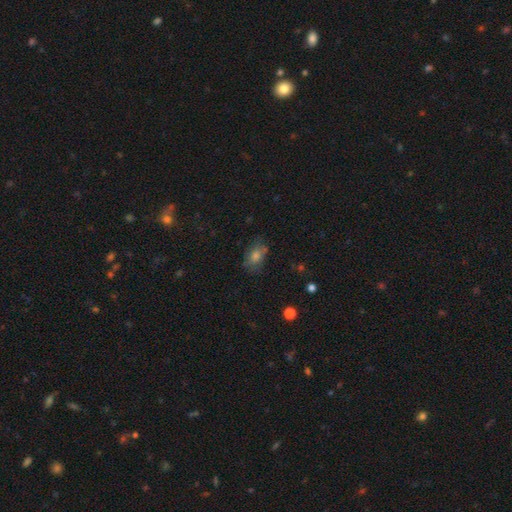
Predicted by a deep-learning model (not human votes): The model was most divided on "smooth or featured": smooth: 65%, star or artifact: 19%, featured or disk: 17%. More confident: how rounded — in between (77%); merging — none (70%).